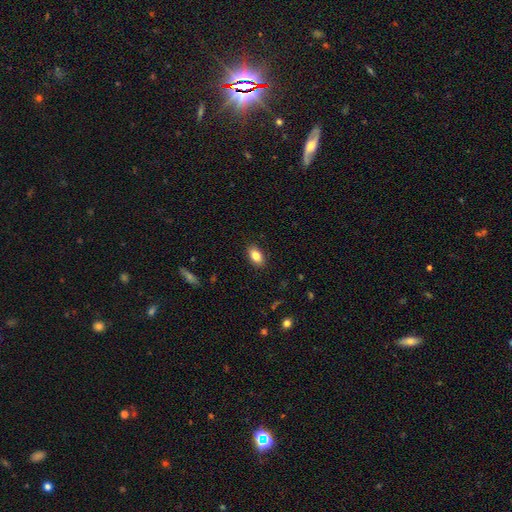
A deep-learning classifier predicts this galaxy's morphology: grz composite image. It shows a smooth galaxy with no disk features (82%) that is in between round and cigar-shaped (88%). Merging: none (88%).